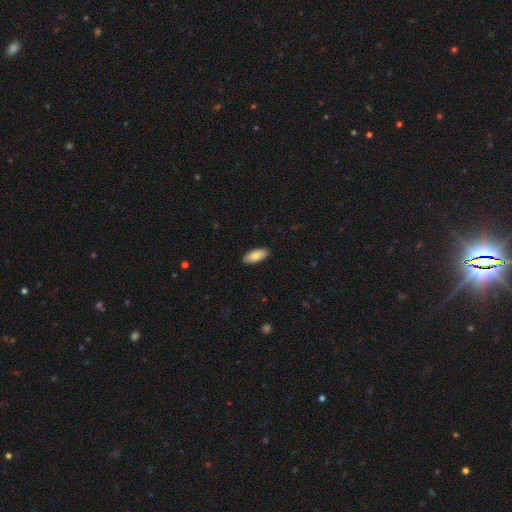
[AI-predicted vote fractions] smooth_or_featured: smooth (p=0.86) [alt: featured or disk p=0.08]
how_rounded: in between (p=0.86) [alt: cigar-shaped p=0.13]
merging: none (p=0.90) [alt: minor disturbance p=0.08]